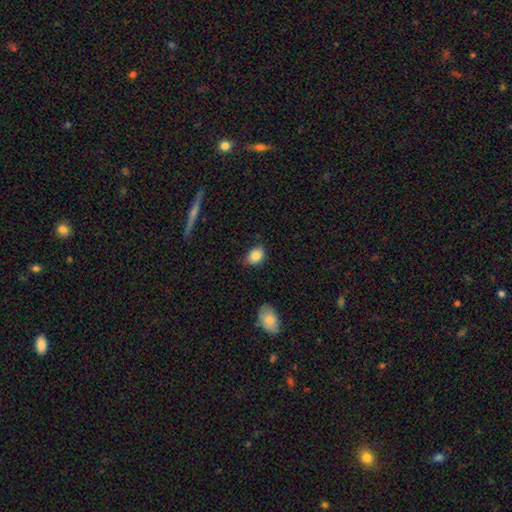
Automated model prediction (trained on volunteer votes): Overall: smooth (85%). How rounded: in between (68%; round 31%). Merging: none (72%).